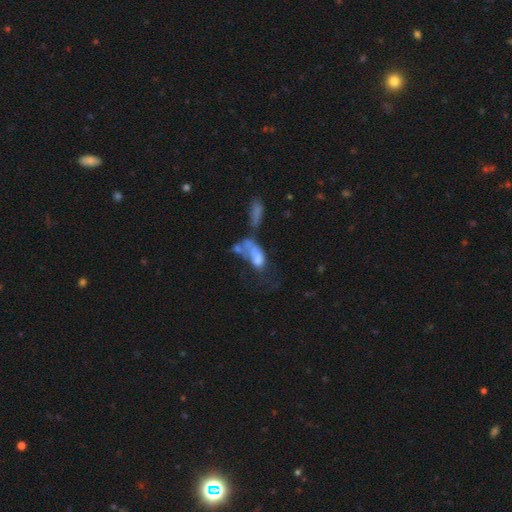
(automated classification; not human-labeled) Overall: smooth (50%; featured or disk 38%). How rounded: in between (81%). Merging: merger (52%; major disturbance 27%).